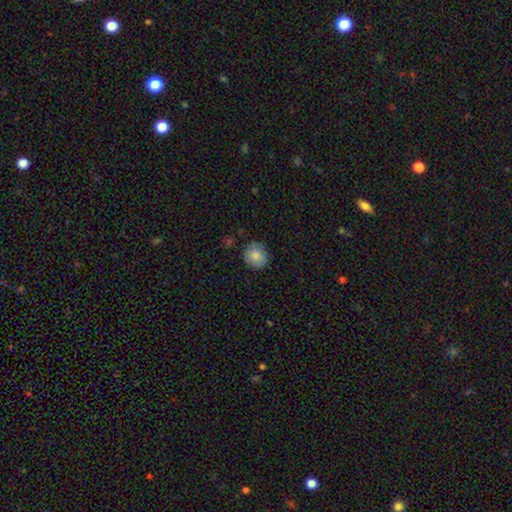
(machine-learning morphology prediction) Smooth or featured: smooth — 79% (featured or disk — 13%)
How rounded: round — 81% (in between — 18%)
Merging: none — 79% (minor disturbance — 16%)